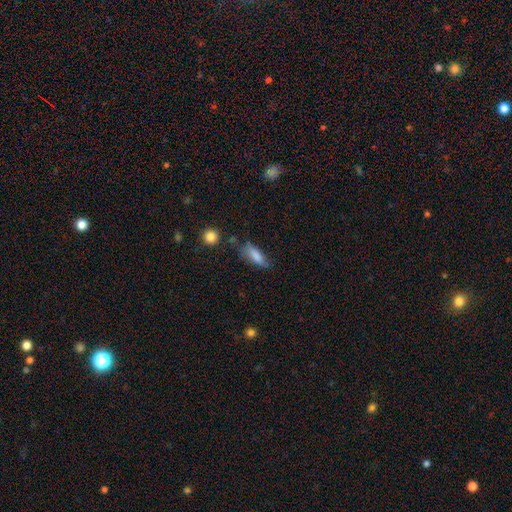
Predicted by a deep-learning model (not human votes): A smooth galaxy with no disk features (77%) that is in between round and cigar-shaped (64%).

Vote fractions:
- Smooth or featured? smooth: 77% / featured or disk: 15% / star or artifact: 8%
- How rounded? in between: 64% / cigar-shaped: 34% / round: 3%
- Merging? none: 55% / minor disturbance: 30% / major disturbance: 10% / merger: 5%